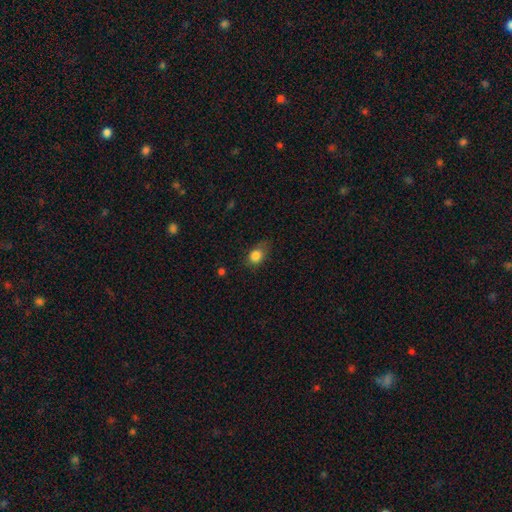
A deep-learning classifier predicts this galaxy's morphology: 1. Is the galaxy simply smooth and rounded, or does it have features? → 84% smooth, 9% star or artifact, 6% featured or disk.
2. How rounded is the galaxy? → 57% in between, 41% round, 2% cigar-shaped.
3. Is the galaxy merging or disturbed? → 57% none, 31% minor disturbance, 11% major disturbance, 2% merger.